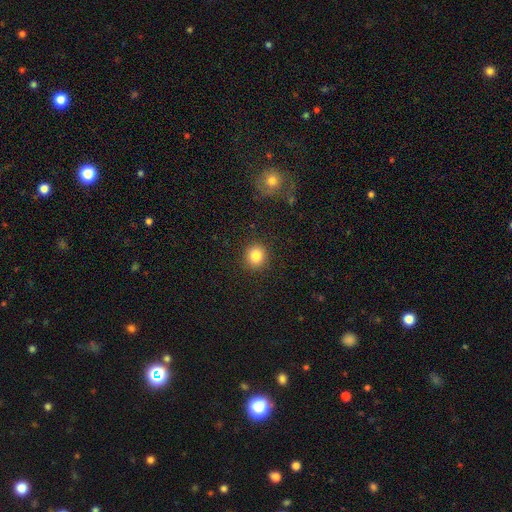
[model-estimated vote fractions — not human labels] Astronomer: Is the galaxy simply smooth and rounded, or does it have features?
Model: smooth — 83%.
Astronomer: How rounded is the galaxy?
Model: round — 89%.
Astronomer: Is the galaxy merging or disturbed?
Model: none — 91%.